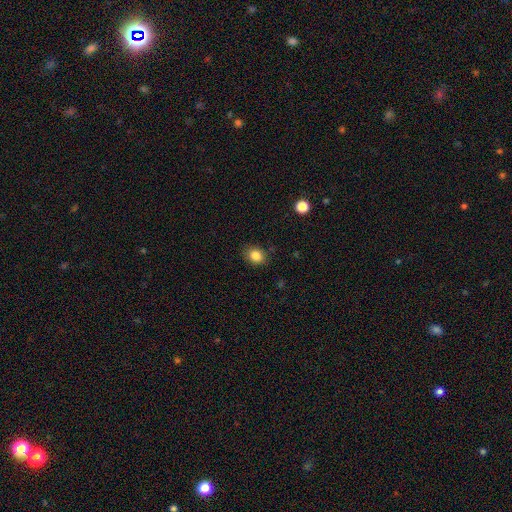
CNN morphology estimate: The model was most divided on "how rounded": round: 57%, in between: 42%, cigar-shaped: 1%. More confident: smooth or featured — smooth (85%); merging — none (84%).